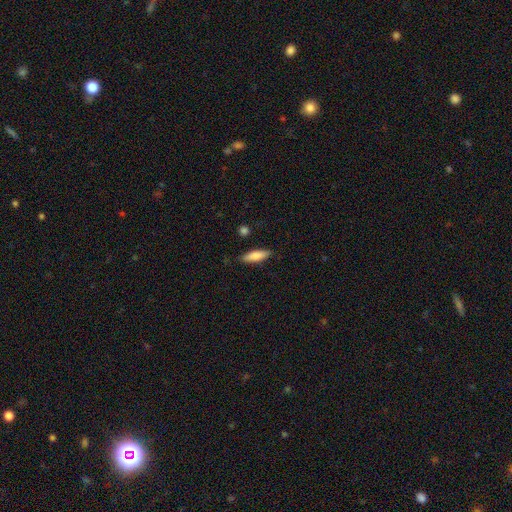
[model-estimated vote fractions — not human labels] The model was most divided on "how rounded": cigar-shaped: 54%, in between: 45%, round: 2%. More confident: merging — none (85%); smooth or featured — smooth (81%).